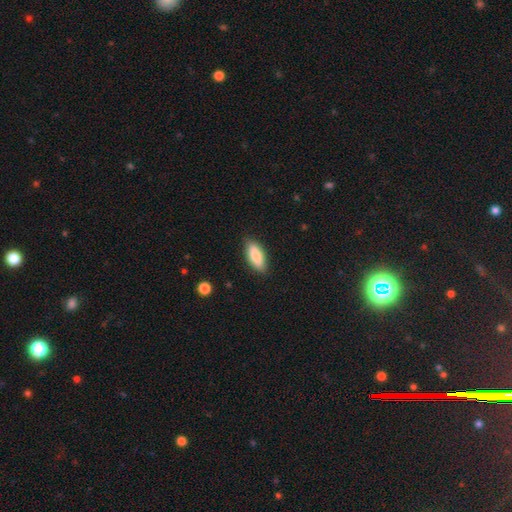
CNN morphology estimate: Q: Smooth or featured?
A: smooth (83%); runner-up: featured or disk (11%)
Q: How rounded?
A: in between (71%); runner-up: cigar-shaped (27%)
Q: Merging?
A: none (85%); runner-up: minor disturbance (11%)